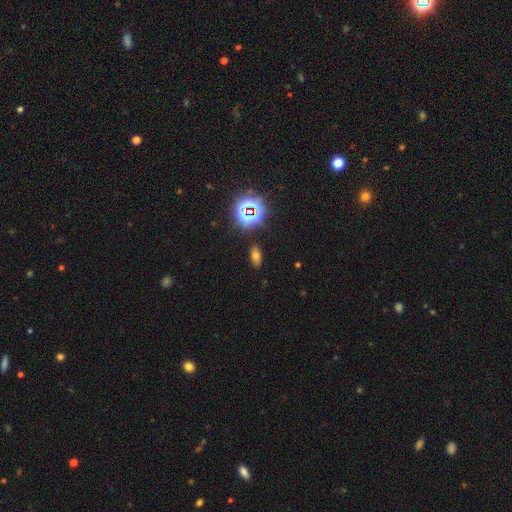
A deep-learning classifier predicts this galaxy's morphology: Overall: smooth (62%; star or artifact 27%). How rounded: in between (87%). Merging: none (86%).